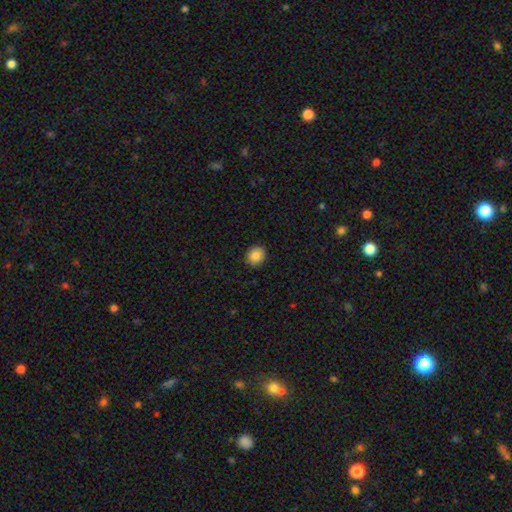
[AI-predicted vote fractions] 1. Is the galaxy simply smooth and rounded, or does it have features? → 87% smooth, 9% star or artifact, 5% featured or disk.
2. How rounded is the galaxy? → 76% round, 23% in between, 1% cigar-shaped.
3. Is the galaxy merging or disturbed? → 92% none, 6% minor disturbance, 2% major disturbance, 1% merger.